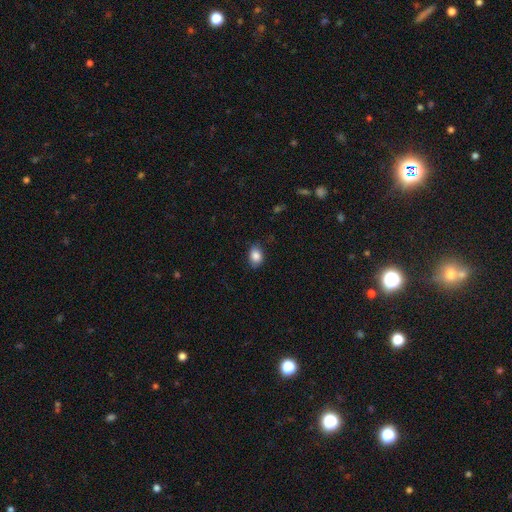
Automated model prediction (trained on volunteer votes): Smooth or featured? smooth (86%)
How rounded? in between (72%)
Merging? none (82%)